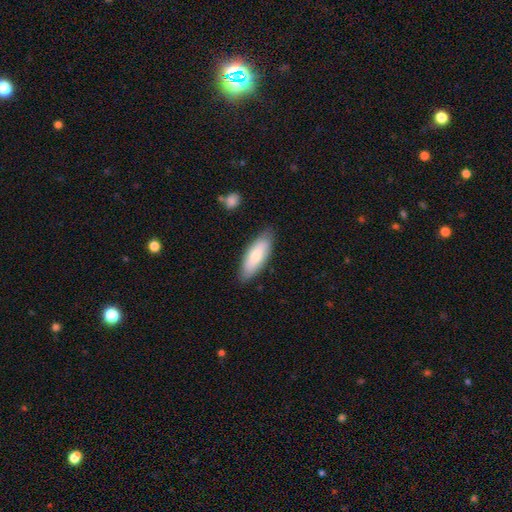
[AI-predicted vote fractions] Overall: smooth (71%). How rounded: in between (69%; cigar-shaped 29%). Merging: none (81%).